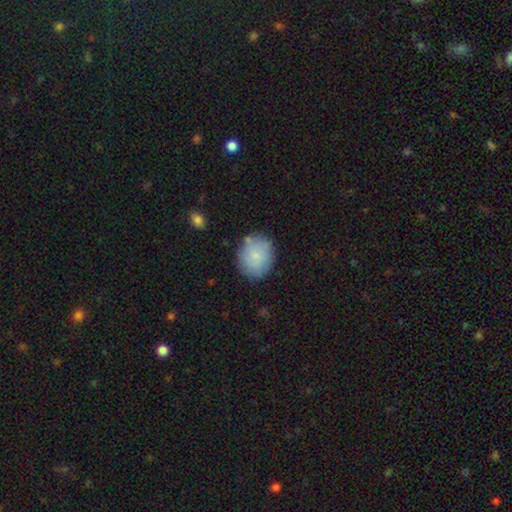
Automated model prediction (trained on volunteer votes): smooth 79%, featured or disk 14%, star or artifact 7%. Down the decision tree: how rounded — round (66%); merging — none (79%).